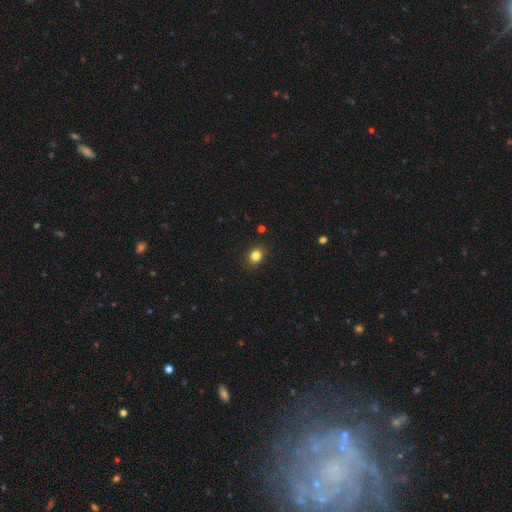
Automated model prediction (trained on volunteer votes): Smooth or featured? Predicted: smooth (p=0.82). How rounded? Predicted: round (p=0.59). Merging? Predicted: none (p=0.89).